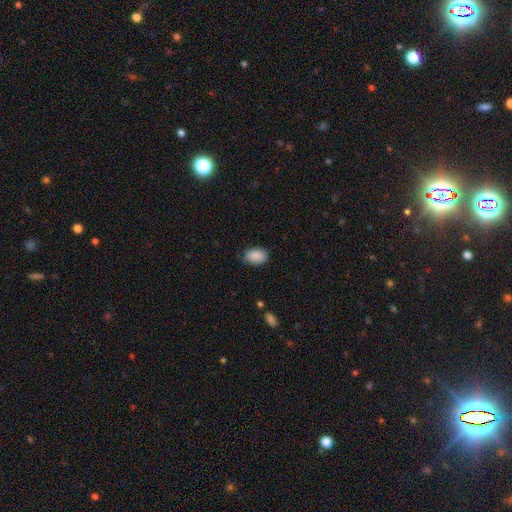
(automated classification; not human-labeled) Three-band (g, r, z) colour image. It shows a smooth galaxy with no disk features (89%) that is in between round and cigar-shaped (84%). Merging: none (76%).